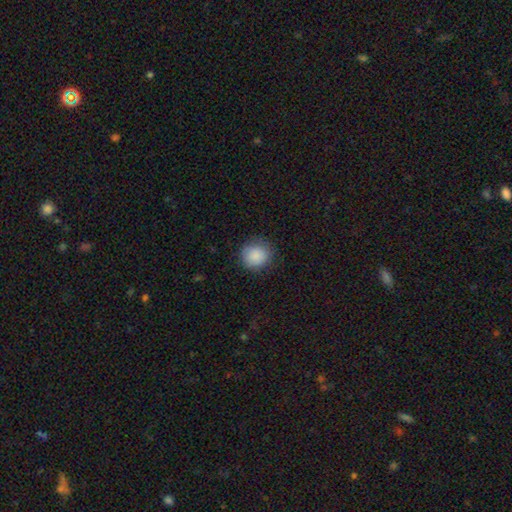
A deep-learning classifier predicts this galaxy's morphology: A smooth galaxy with no disk features (88%) that is round (89%).

Vote fractions:
- Smooth or featured? smooth: 88% / star or artifact: 7% / featured or disk: 4%
- How rounded? round: 89% / in between: 10% / cigar-shaped: 1%
- Merging? none: 83% / minor disturbance: 12% / major disturbance: 3% / merger: 1%